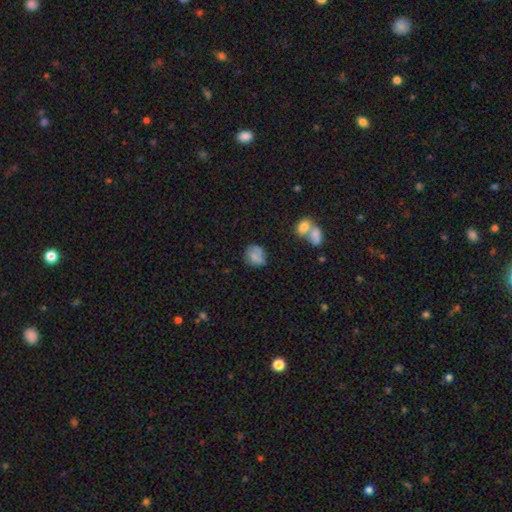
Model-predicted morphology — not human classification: A smooth galaxy with no disk features (79%) that is round (69%).

Vote fractions:
- Smooth or featured? smooth: 79% / featured or disk: 11% / star or artifact: 9%
- How rounded? round: 69% / in between: 30% / cigar-shaped: 1%
- Merging? none: 60% / minor disturbance: 26% / major disturbance: 8% / merger: 7%